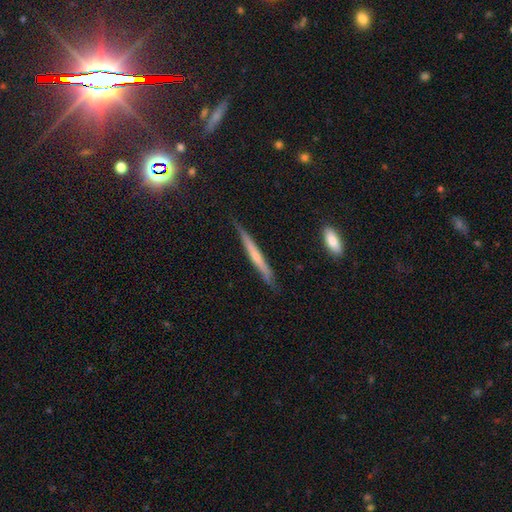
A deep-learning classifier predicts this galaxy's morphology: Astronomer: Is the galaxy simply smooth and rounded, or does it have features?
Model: featured or disk — 51% (runner-up: smooth, 42%).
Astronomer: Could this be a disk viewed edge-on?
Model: yes — 95%.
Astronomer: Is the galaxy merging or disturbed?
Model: none — 81%.